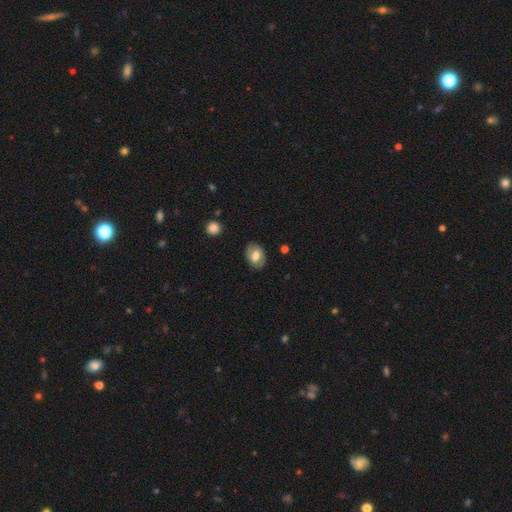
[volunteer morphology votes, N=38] A smooth galaxy with no disk features (63%) that is in between round and cigar-shaped (75%). Merging: none (76%).